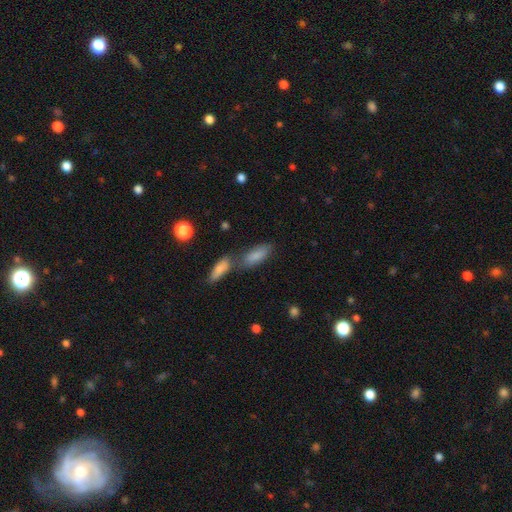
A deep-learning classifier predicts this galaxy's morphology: Q: Smooth or featured?
A: smooth (83%); runner-up: featured or disk (10%)
Q: How rounded?
A: in between (69%); runner-up: cigar-shaped (29%)
Q: Merging?
A: none (49%); runner-up: merger (35%)